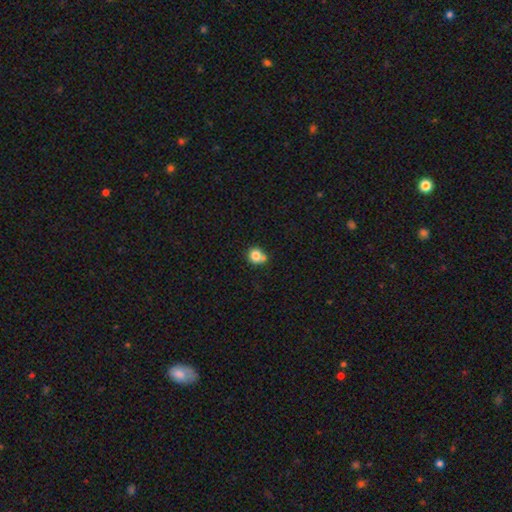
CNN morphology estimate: Smooth or featured?
  - smooth: 80% *
  - star or artifact: 11%
  - featured or disk: 10%
How rounded?
  - round: 81% *
  - in between: 18%
  - cigar-shaped: 1%
Merging?
  - none: 50% *
  - merger: 30%
  - minor disturbance: 15%
  - major disturbance: 5%